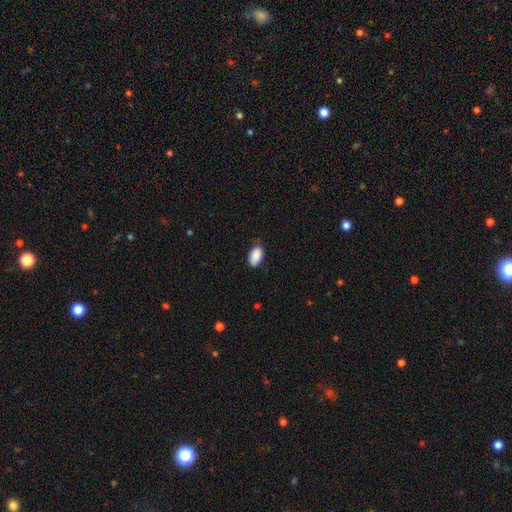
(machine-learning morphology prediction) type=smooth (90%); roundness=in between (93%); merging=none (78%).